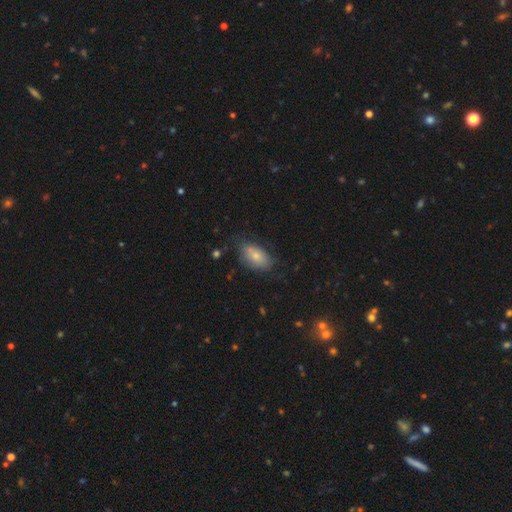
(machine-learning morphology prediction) A smooth galaxy with no disk features (75%) that is in between round and cigar-shaped (91%). Merging: none (60%).